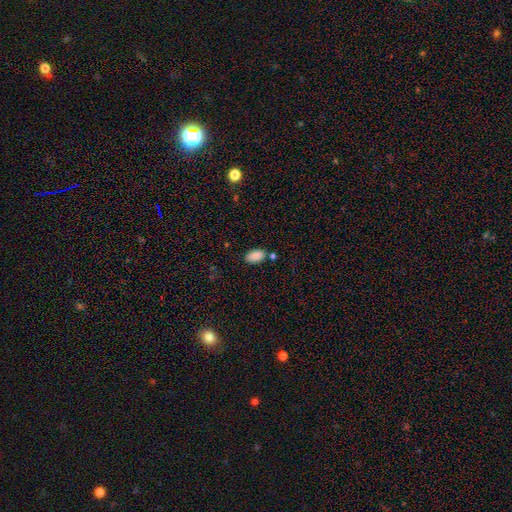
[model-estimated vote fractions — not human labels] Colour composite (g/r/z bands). It shows a smooth galaxy with no disk features (88%) that is in between round and cigar-shaped (94%). Merging: none (74%).